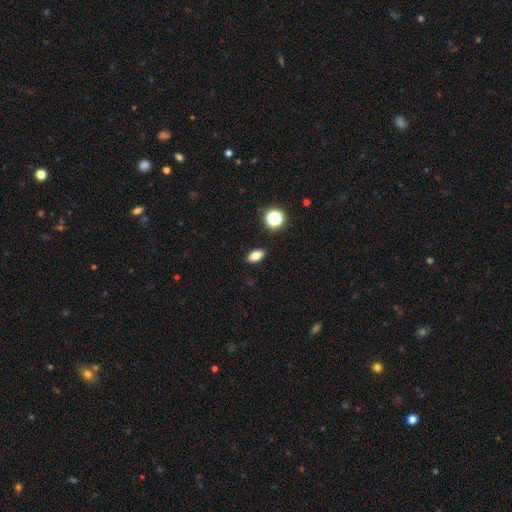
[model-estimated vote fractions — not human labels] A smooth galaxy with no disk features (77%) that is in between round and cigar-shaped (82%). Merging: none (89%).